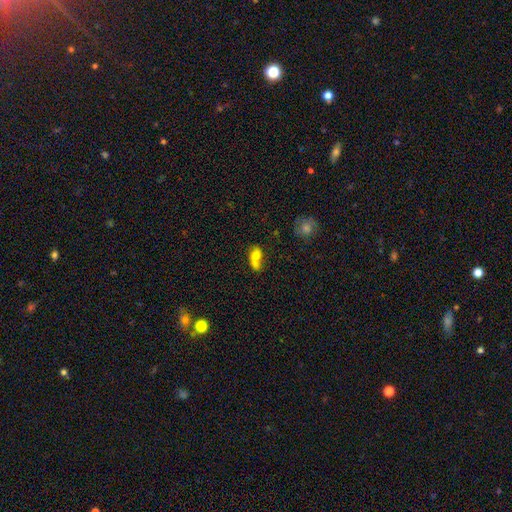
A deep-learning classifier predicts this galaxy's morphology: smooth-or-featured: smooth: 71% | featured or disk: 18% | star or artifact: 10%
  how-rounded: in between: 56% | round: 41% | cigar-shaped: 3%
  merging: merger: 66% | none: 20% | minor disturbance: 8% | major disturbance: 5%